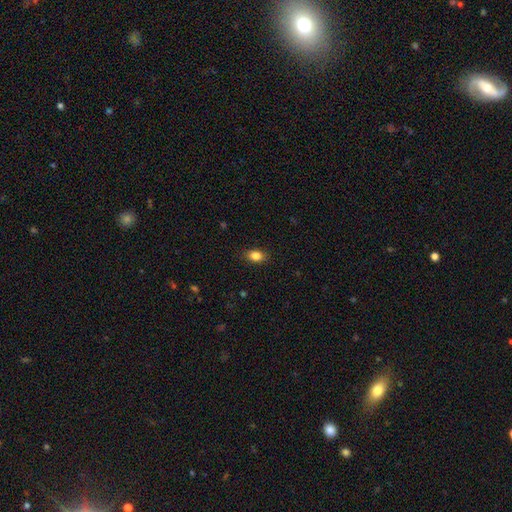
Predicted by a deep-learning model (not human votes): smooth-or-featured: smooth: 85% | star or artifact: 9% | featured or disk: 6%
  how-rounded: in between: 79% | round: 19% | cigar-shaped: 2%
  merging: none: 87% | minor disturbance: 10% | major disturbance: 2% | merger: 1%